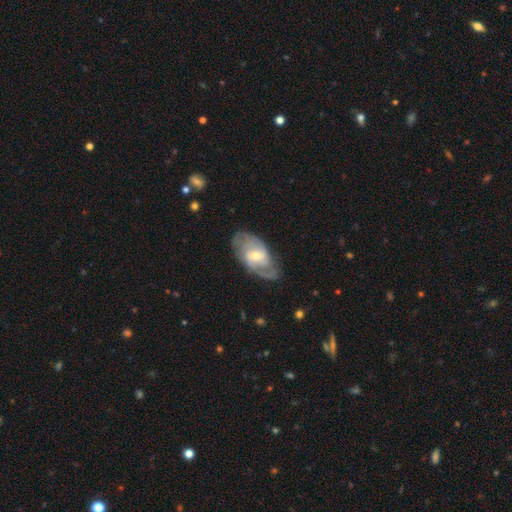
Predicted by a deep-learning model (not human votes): The model was most divided on "spiral winding": medium: 44%, tight: 39%, loose: 17%. Remaining: edge-on disk — no (95%); spiral arms — yes (93%); smooth or featured — featured or disk (81%); merging — none (73%); spiral arm count — 2 (56%); bulge size — small (51%); bar — weak (48%).